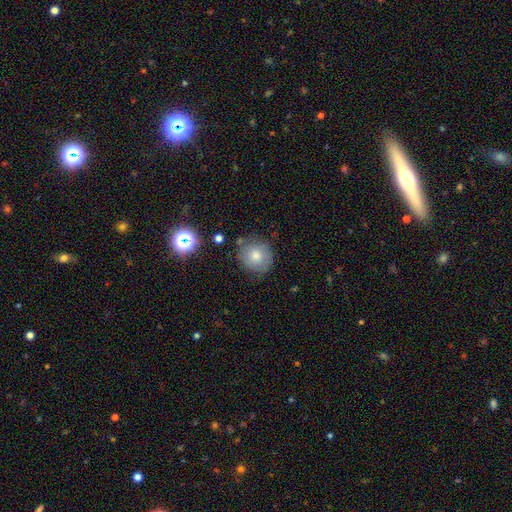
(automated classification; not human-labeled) This is likely a smooth galaxy (73%). How rounded: clearly round (89%). Merging: likely none (76%).